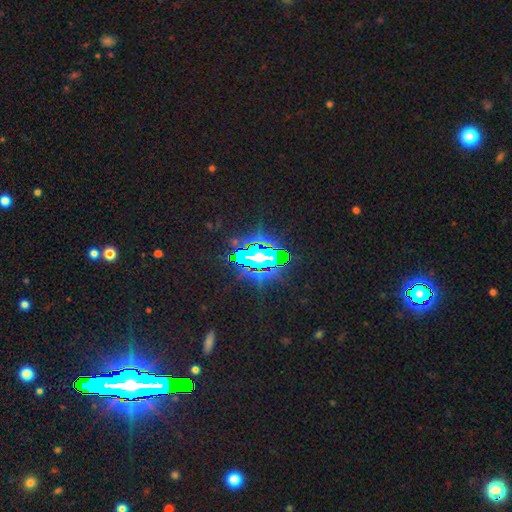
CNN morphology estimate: Smooth or featured? Predicted: star or artifact (p=0.83).